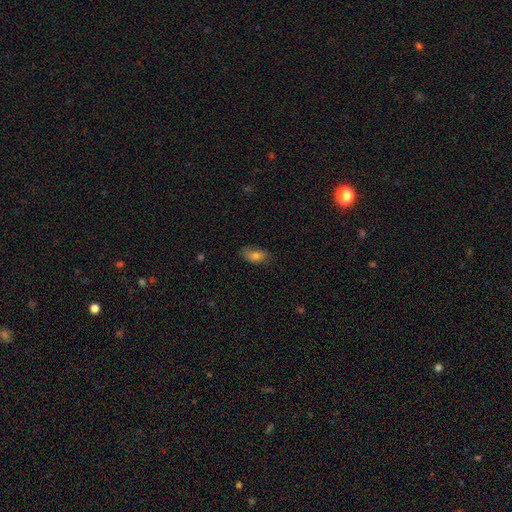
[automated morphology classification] Q: Smooth or featured?
A: smooth (79%); runner-up: featured or disk (11%)
Q: How rounded?
A: in between (90%); runner-up: round (5%)
Q: Merging?
A: none (71%); runner-up: minor disturbance (22%)